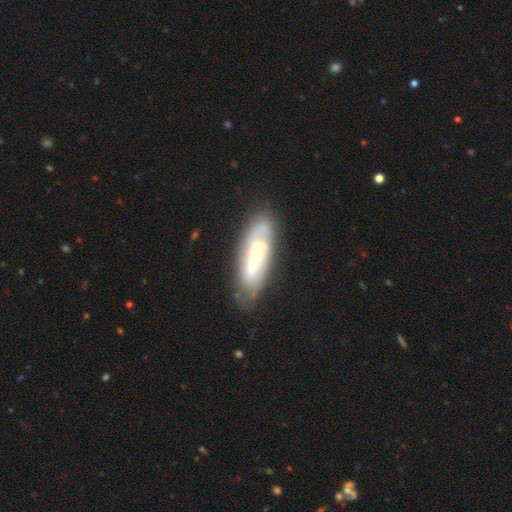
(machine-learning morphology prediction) A featured or disk galaxy (70%) with no bar (72%), spiral arms (76%) and a small central bulge (55%).

Vote fractions:
- Smooth or featured? featured or disk: 70% / smooth: 24% / star or artifact: 6%
- Edge-on disk? no: 85% / yes: 15%
- Bar? no: 72% / weak: 22% / strong: 6%
- Spiral arms? yes: 76% / no: 24%
- Bulge size? small: 55% / moderate: 39% / large: 3% / none: 2% / dominant: 1%
- Merging? none: 73% / minor disturbance: 18% / major disturbance: 6% / merger: 3%